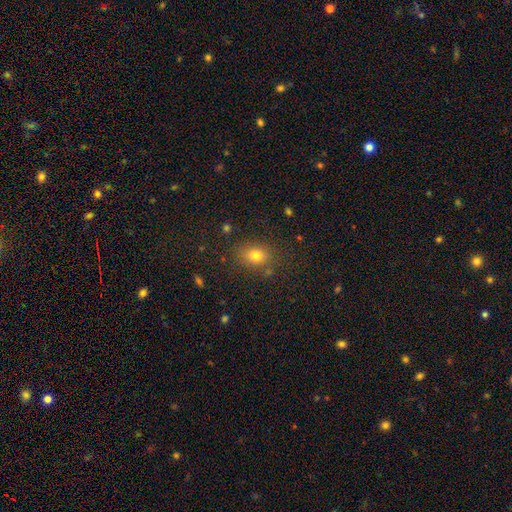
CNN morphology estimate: smooth_or_featured: smooth (p=0.77) [alt: star or artifact p=0.14]
how_rounded: in between (p=0.60) [alt: round p=0.39]
merging: none (p=0.81) [alt: minor disturbance p=0.12]